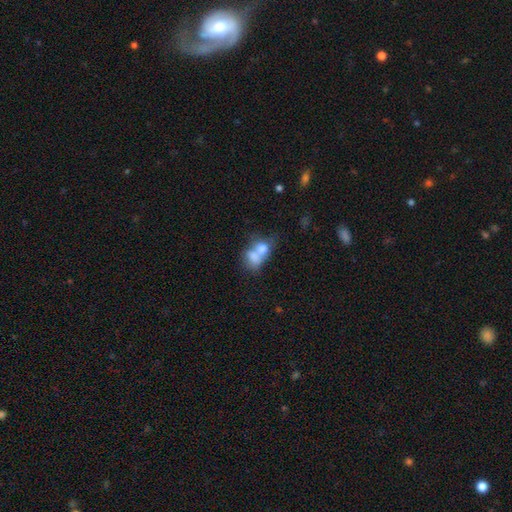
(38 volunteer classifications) Smooth or featured? smooth (74%)
How rounded? in between (64%)
Merging? merger (92%)